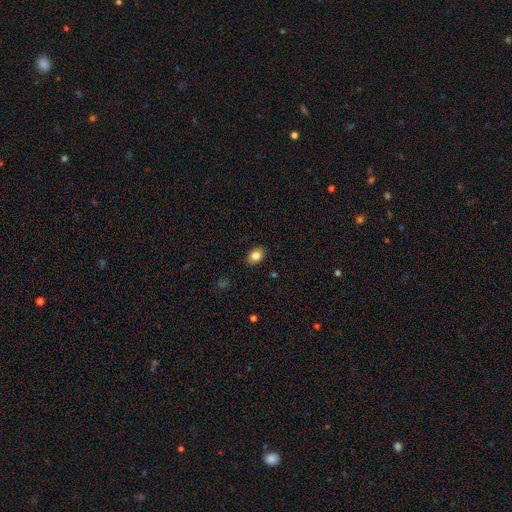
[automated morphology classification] type=smooth (83%); roundness=in between (70%); merging=none (87%).